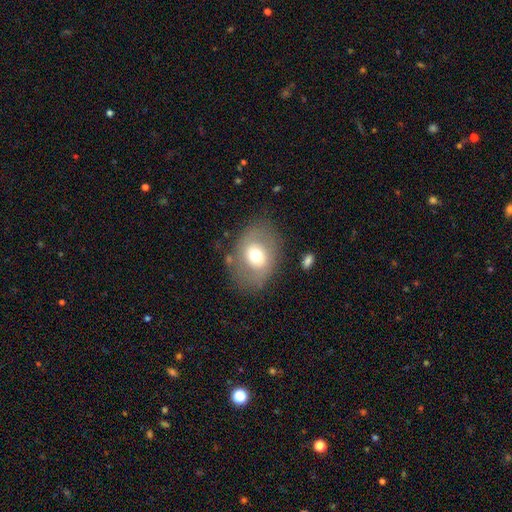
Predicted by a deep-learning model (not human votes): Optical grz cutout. It shows a smooth galaxy with no disk features (56%) that is in between round and cigar-shaped (59%). Merging: none (74%).